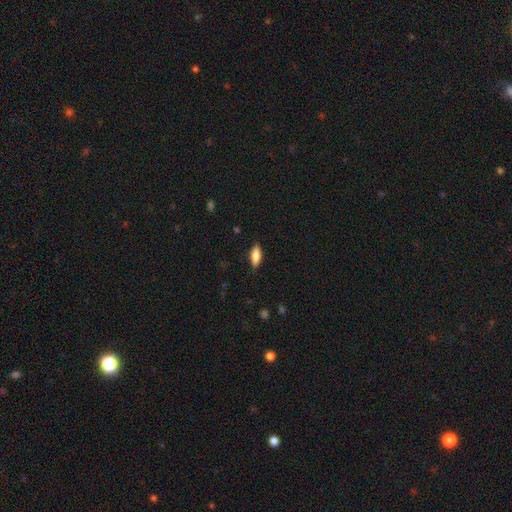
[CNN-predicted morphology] smooth 79%, featured or disk 14%, star or artifact 6%. Down the decision tree: how rounded — in between (71%); merging — none (87%).